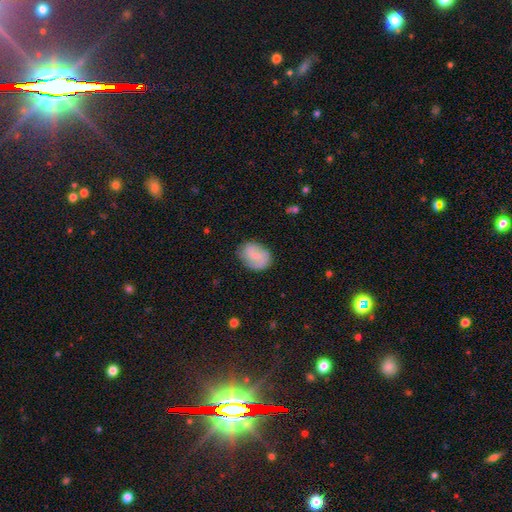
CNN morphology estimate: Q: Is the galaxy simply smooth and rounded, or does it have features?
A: smooth — 56%.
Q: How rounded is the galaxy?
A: in between — 60%.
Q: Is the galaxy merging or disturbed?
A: none — 73%.